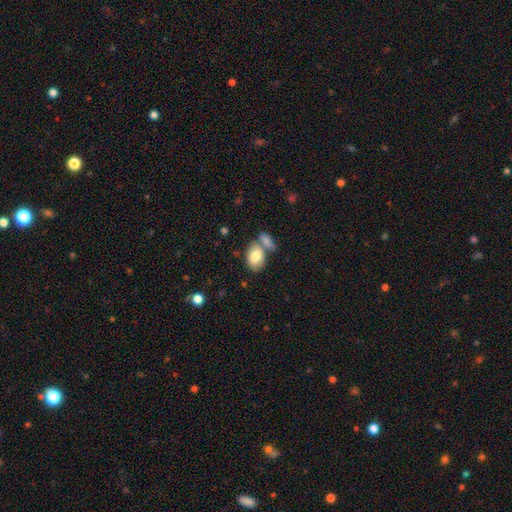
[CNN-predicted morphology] A smooth galaxy with no disk features (80%) that is in between round and cigar-shaped (88%). Merging: none (43%).